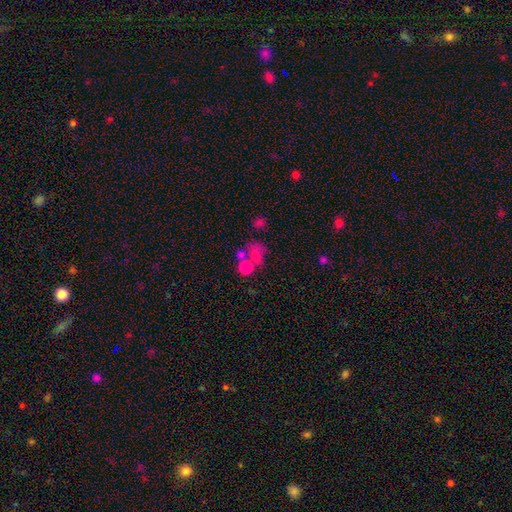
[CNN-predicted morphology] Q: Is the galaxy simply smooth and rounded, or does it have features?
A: smooth — 69%.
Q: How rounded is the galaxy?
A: round — 68%.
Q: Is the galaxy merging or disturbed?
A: merger — 45%.